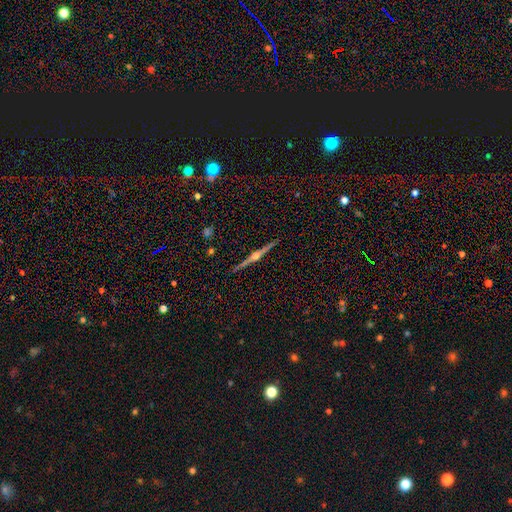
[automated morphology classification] Smooth or featured: featured or disk — 86% (smooth — 7%)
Edge-on disk: yes — 99% (no — 1%)
Edge-on bulge: rounded — 93% (boxy — 4%)
Merging: none — 93% (minor disturbance — 5%)